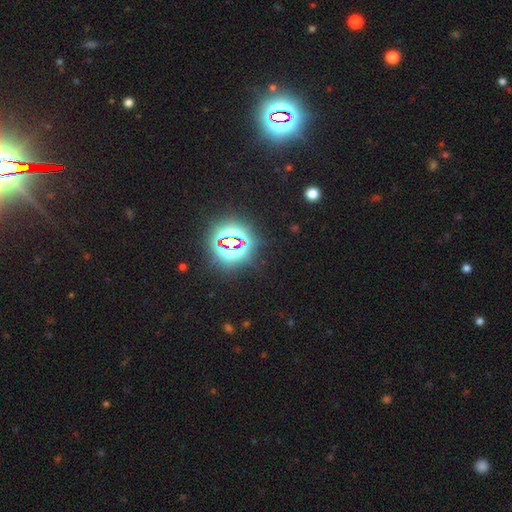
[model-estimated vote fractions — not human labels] Q: Smooth or featured?
A: star or artifact (82%); runner-up: smooth (11%)